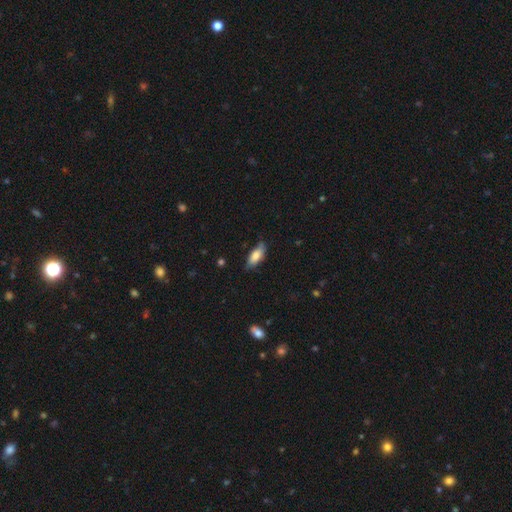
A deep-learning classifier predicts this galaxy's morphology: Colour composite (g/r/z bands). It shows a smooth galaxy with no disk features (79%) that is in between round and cigar-shaped (80%). Merging: none (68%).